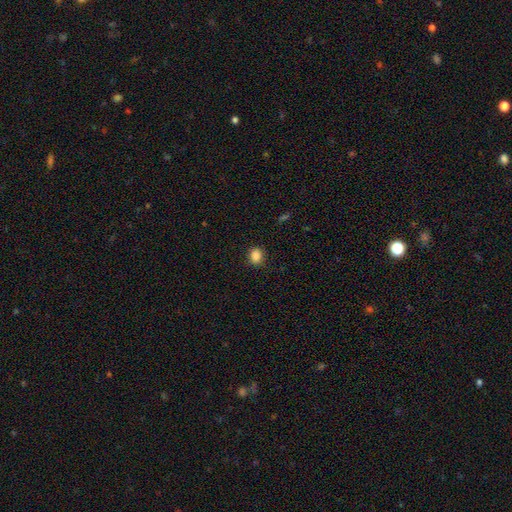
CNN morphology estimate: Q: Smooth or featured?
A: smooth (87%); runner-up: star or artifact (10%)
Q: How rounded?
A: round (52%); runner-up: in between (47%)
Q: Merging?
A: none (87%); runner-up: minor disturbance (9%)